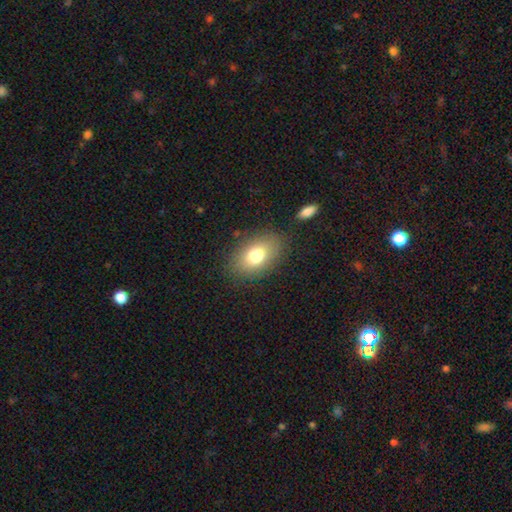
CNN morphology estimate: This is likely a smooth galaxy (76%). How rounded: clearly in between (85%). Merging: clearly none (83%).